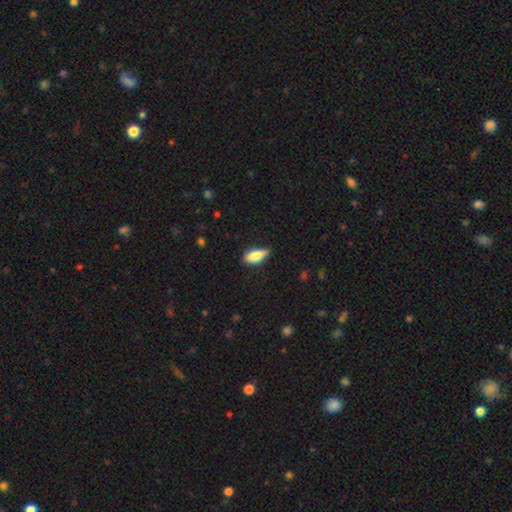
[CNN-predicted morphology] smooth-or-featured: smooth: 76% | featured or disk: 17% | star or artifact: 7%
  how-rounded: in between: 79% | cigar-shaped: 17% | round: 3%
  merging: none: 64% | minor disturbance: 28% | major disturbance: 6% | merger: 2%